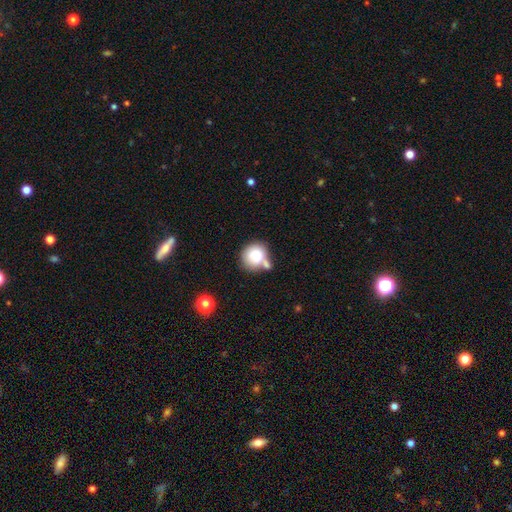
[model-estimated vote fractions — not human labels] Morphology: type=smooth (74%); roundness=round (85%); merging=none (56%).